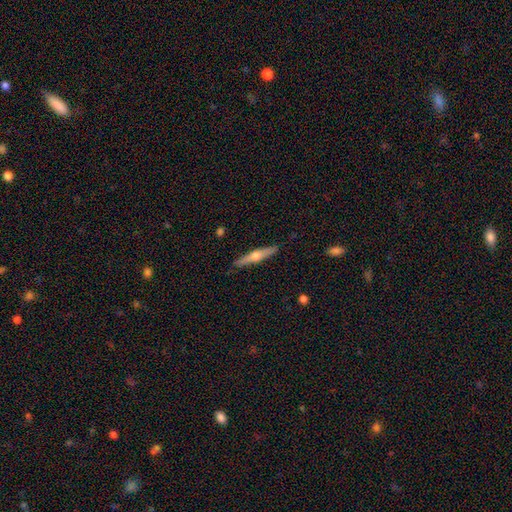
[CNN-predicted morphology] The model was most divided on "smooth or featured": featured or disk: 57%, smooth: 37%, star or artifact: 6%. More confident: edge-on disk — yes (96%); edge-on bulge — rounded (90%); merging — none (89%).